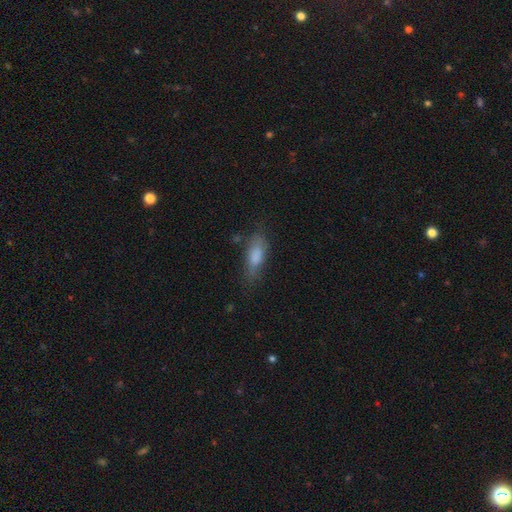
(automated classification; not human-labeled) A smooth galaxy with no disk features (77%) that is in between round and cigar-shaped (68%). Merging: none (61%).